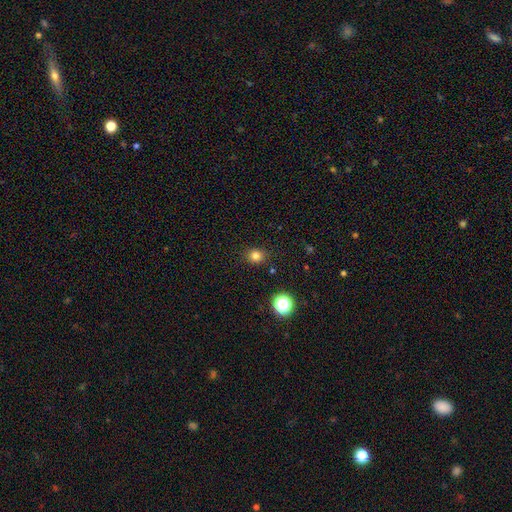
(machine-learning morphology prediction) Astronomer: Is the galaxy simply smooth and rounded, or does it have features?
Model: smooth — 80%.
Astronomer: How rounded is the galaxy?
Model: round — 79%.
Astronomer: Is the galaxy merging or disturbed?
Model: none — 88%.